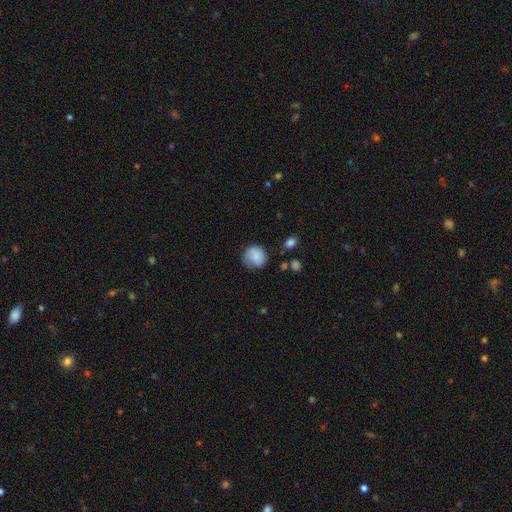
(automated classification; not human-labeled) smooth-or-featured: smooth: 76% | featured or disk: 16% | star or artifact: 8%
  how-rounded: round: 83% | in between: 16% | cigar-shaped: 1%
  merging: none: 65% | minor disturbance: 24% | major disturbance: 9% | merger: 2%